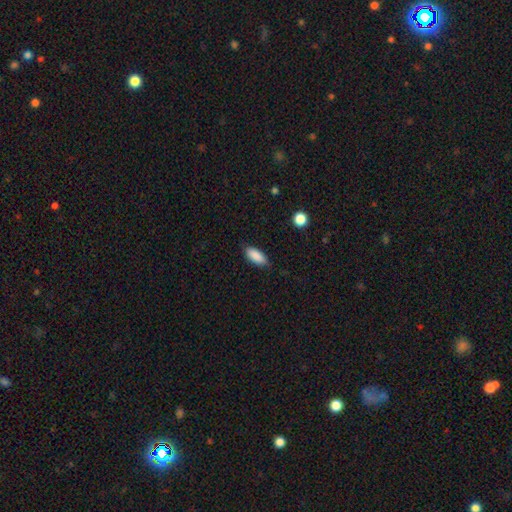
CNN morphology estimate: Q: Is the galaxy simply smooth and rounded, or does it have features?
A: smooth — 88%.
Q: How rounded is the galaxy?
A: in between — 83%.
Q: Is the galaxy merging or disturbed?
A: none — 81%.